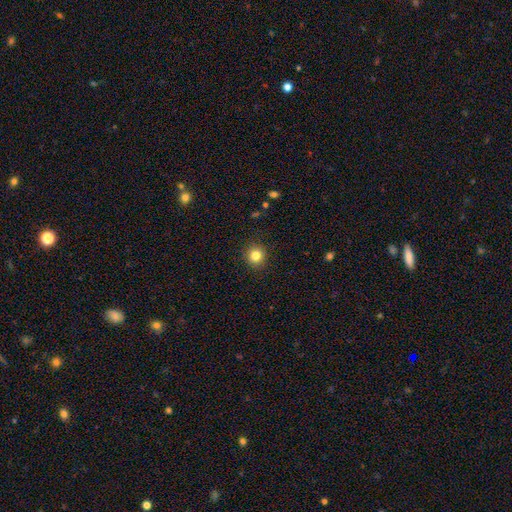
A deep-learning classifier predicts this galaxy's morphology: Smooth or featured?
  - smooth: 83% *
  - star or artifact: 11%
  - featured or disk: 6%
How rounded?
  - round: 91% *
  - in between: 8%
  - cigar-shaped: 1%
Merging?
  - none: 91% *
  - minor disturbance: 6%
  - major disturbance: 2%
  - merger: 1%